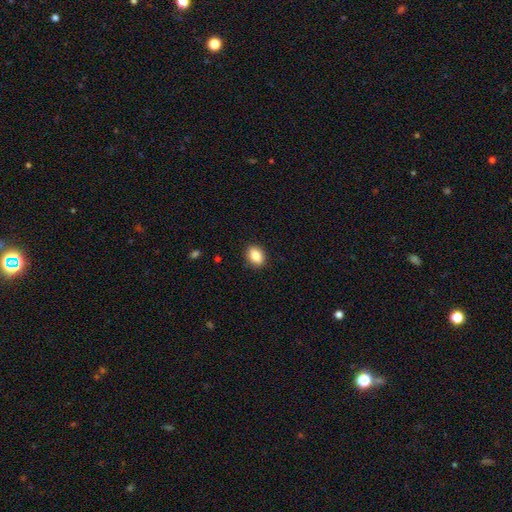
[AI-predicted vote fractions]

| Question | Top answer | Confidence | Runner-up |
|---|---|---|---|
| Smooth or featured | smooth | 86% | star or artifact (8%) |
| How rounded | in between | 73% | round (26%) |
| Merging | none | 89% | minor disturbance (8%) |